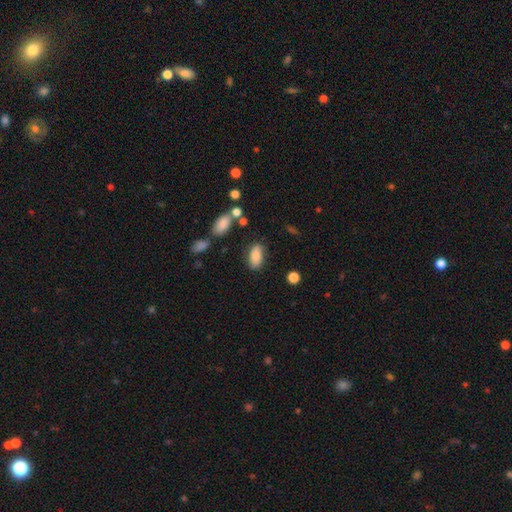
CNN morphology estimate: Smooth or featured? Predicted: smooth (p=0.82). How rounded? Predicted: in between (p=0.90). Merging? Predicted: none (p=0.78).